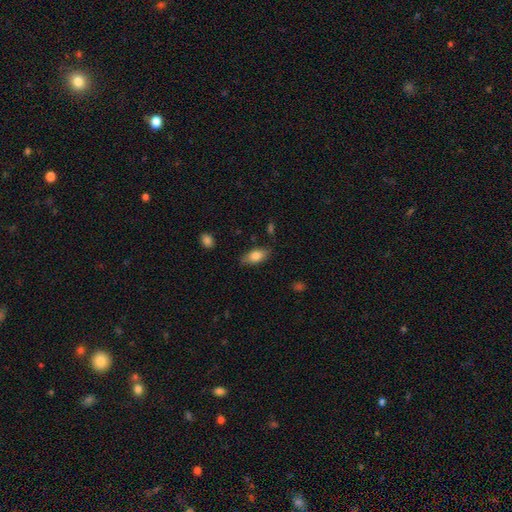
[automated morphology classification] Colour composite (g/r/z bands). It shows a smooth galaxy with no disk features (79%) that is in between round and cigar-shaped (88%). Merging: none (80%).